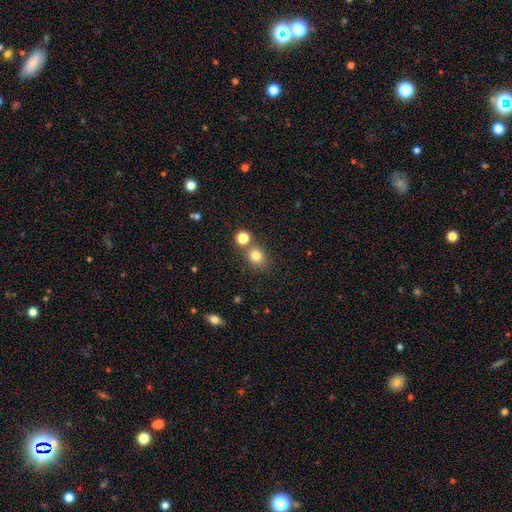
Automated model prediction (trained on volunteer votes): This is likely a smooth galaxy (79%). How rounded: likely round (65%). Merging: likely none (64%).